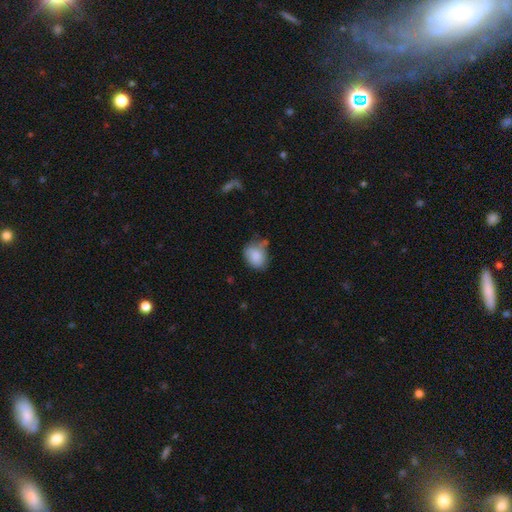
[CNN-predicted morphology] Smooth or featured: smooth — 84% (featured or disk — 8%)
How rounded: in between — 58% (round — 41%)
Merging: none — 55% (minor disturbance — 31%)